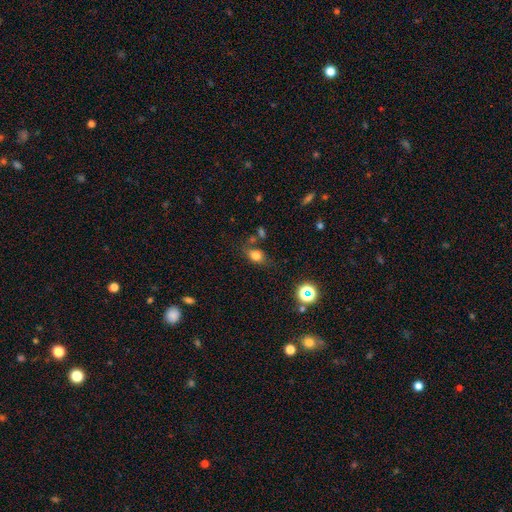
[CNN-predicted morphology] This is likely a smooth galaxy (75%). How rounded: likely in between (68%). Merging: likely none (66%).